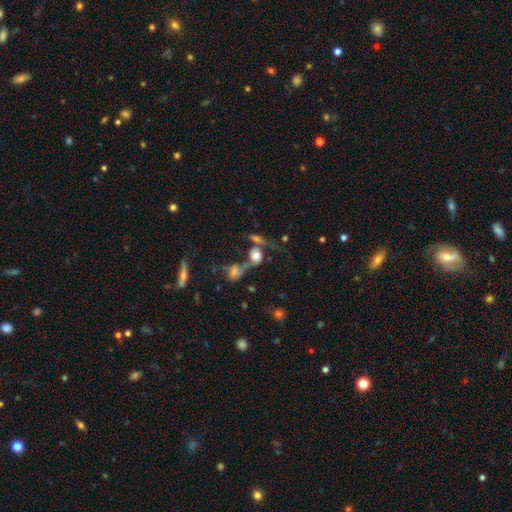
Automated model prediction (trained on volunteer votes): This appears to be a smooth galaxy with no disk features (47%). Merging: merger (46%).